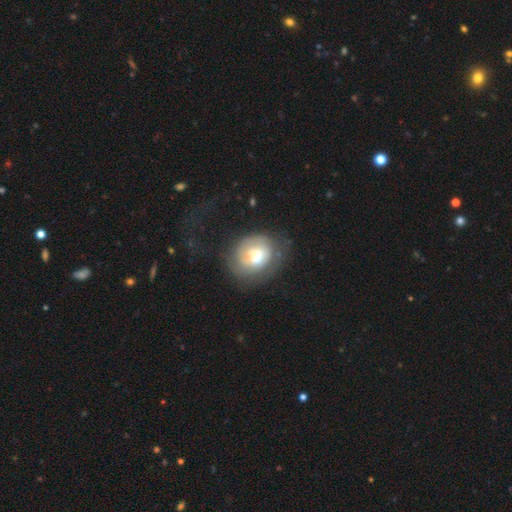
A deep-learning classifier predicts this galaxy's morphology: This appears to be a smooth galaxy with no disk features (51%) that is round (66%). Merging: none (54%).